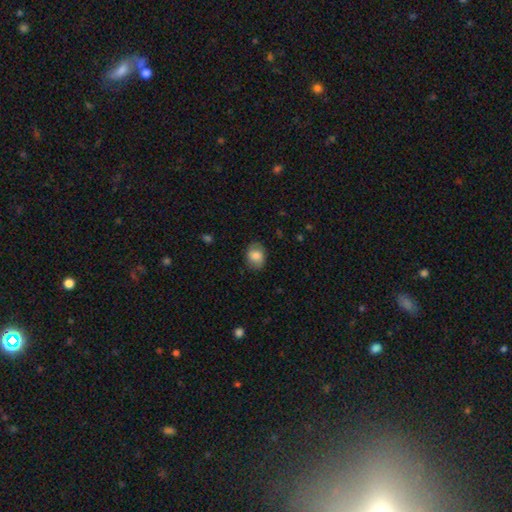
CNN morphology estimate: smooth_or_featured: smooth (p=0.77) [alt: featured or disk p=0.15]
how_rounded: in between (p=0.58) [alt: round p=0.41]
merging: none (p=0.78) [alt: minor disturbance p=0.16]